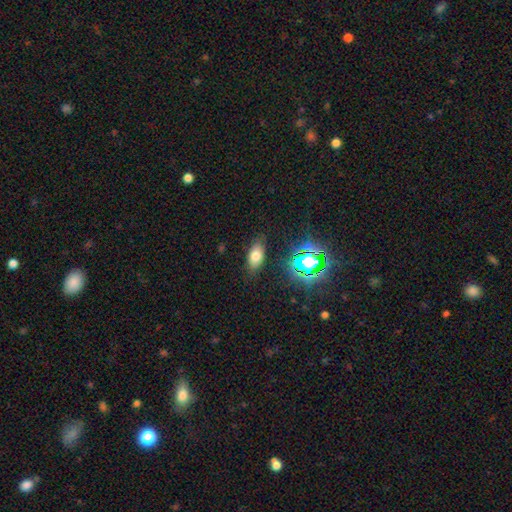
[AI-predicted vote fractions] Smooth or featured: smooth — 70% (star or artifact — 17%)
How rounded: in between — 87% (cigar-shaped — 7%)
Merging: none — 82% (minor disturbance — 12%)